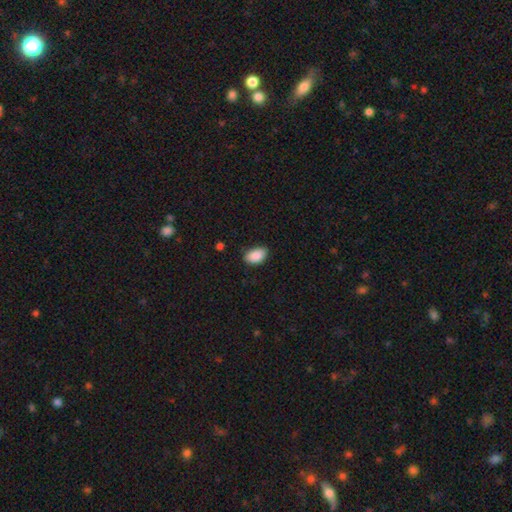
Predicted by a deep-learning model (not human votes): Morphology: type=smooth (90%); roundness=in between (93%); merging=none (80%).